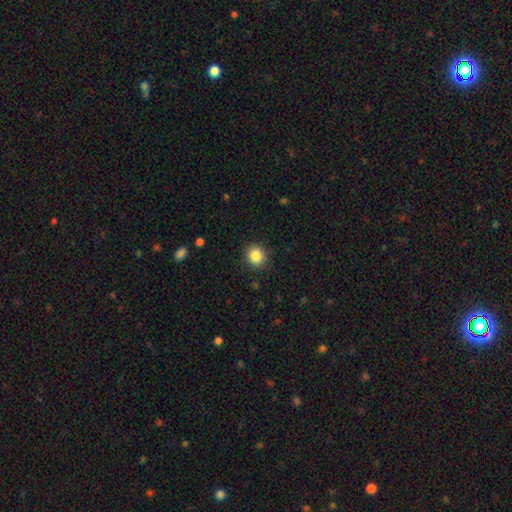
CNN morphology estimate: A smooth galaxy with no disk features (86%) that is round (87%). Merging: none (90%).